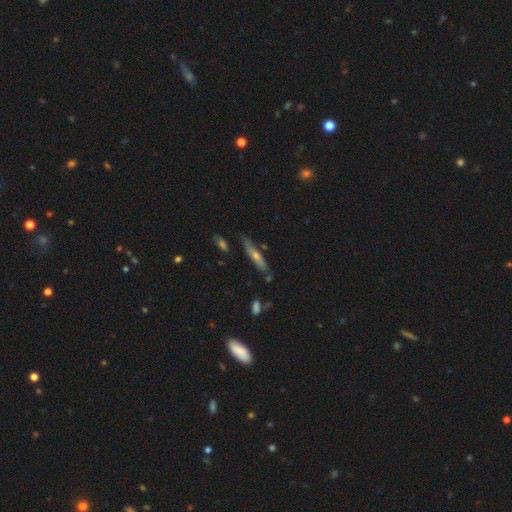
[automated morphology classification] Smooth or featured? featured or disk (57%)
Edge-on disk? yes (78%)
Merging? none (78%)